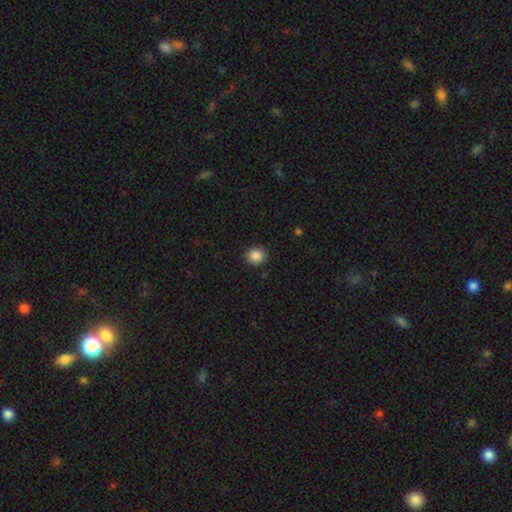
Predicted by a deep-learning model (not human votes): Q: Smooth or featured?
A: smooth (87%); runner-up: star or artifact (10%)
Q: How rounded?
A: round (79%); runner-up: in between (20%)
Q: Merging?
A: none (89%); runner-up: minor disturbance (8%)